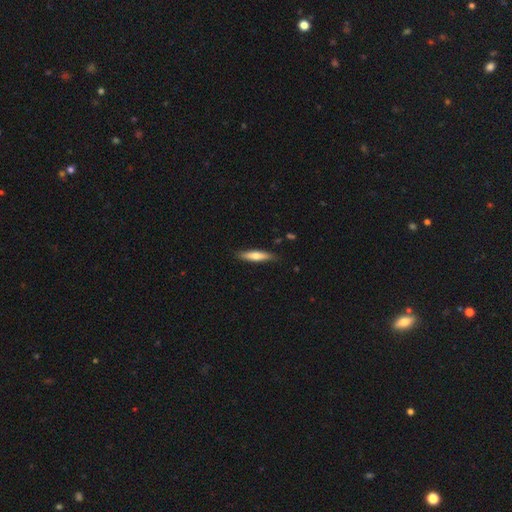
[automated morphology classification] This appears to be a smooth galaxy with no disk features (63%) that is cigar-shaped (81%). Merging: none (86%).